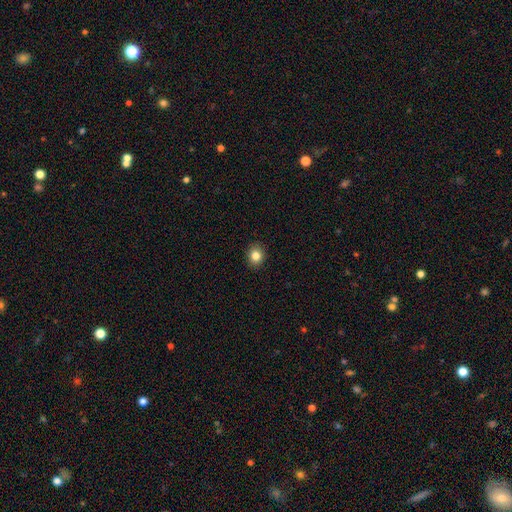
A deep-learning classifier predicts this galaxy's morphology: Smooth or featured: smooth — 83% (star or artifact — 11%)
How rounded: round — 67% (in between — 32%)
Merging: none — 91% (minor disturbance — 7%)